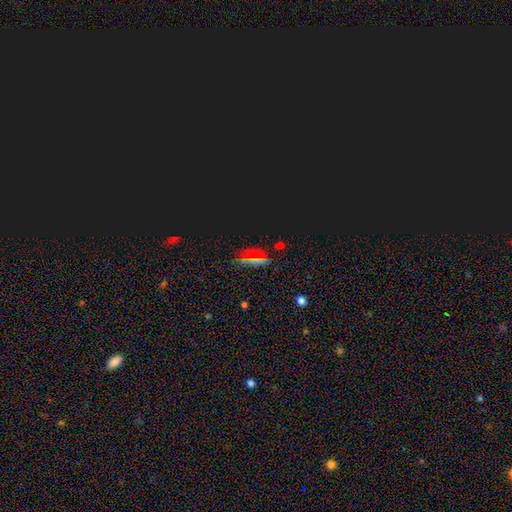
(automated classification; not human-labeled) Smooth or featured? Predicted: star or artifact (p=0.55).